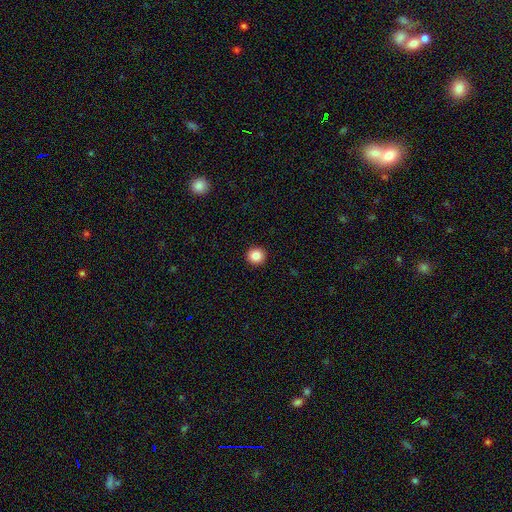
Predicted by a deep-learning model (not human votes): This is clearly a smooth galaxy (87%). How rounded: clearly round (95%). Merging: clearly none (93%).